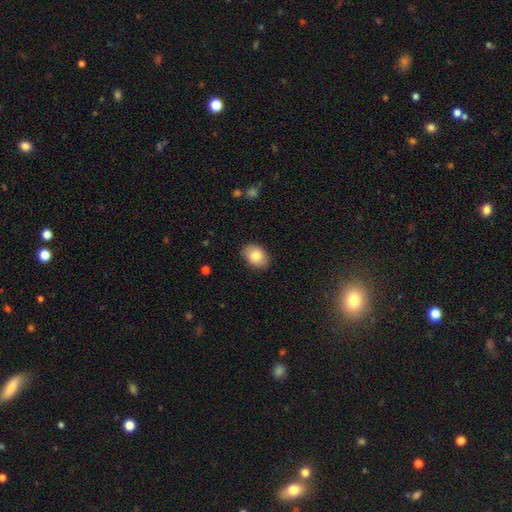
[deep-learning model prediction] The model was most divided on "how rounded": in between: 75%, round: 24%, cigar-shaped: 1%. More confident: merging — none (86%); smooth or featured — smooth (81%).